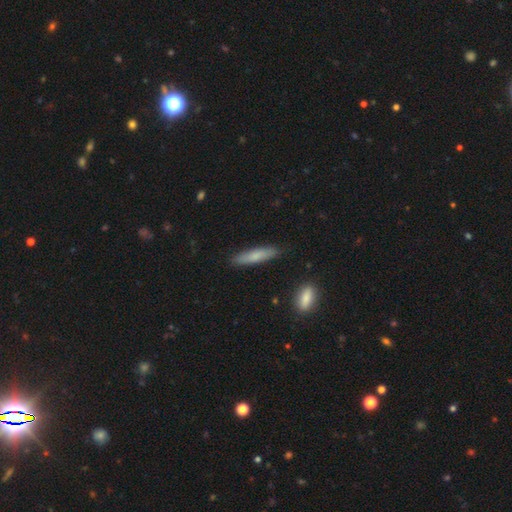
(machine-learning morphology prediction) A smooth galaxy with no disk features (74%) that is cigar-shaped (83%).

Vote fractions:
- Smooth or featured? smooth: 74% / featured or disk: 20% / star or artifact: 6%
- How rounded? cigar-shaped: 83% / in between: 15% / round: 2%
- Merging? none: 88% / minor disturbance: 9% / major disturbance: 2% / merger: 2%